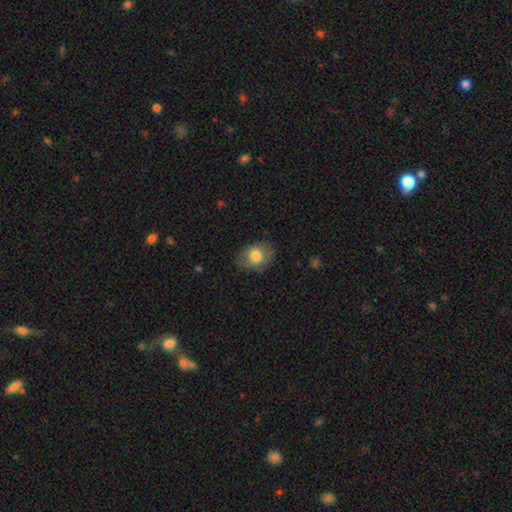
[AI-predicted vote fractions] smooth-or-featured: smooth: 74% | featured or disk: 18% | star or artifact: 8%
  how-rounded: in between: 59% | round: 40% | cigar-shaped: 1%
  merging: none: 72% | minor disturbance: 19% | major disturbance: 8% | merger: 1%